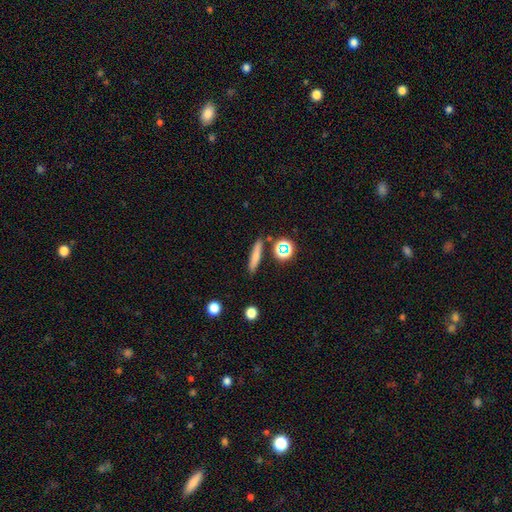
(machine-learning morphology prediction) type=smooth (71%); roundness=cigar-shaped (83%); merging=none (85%).